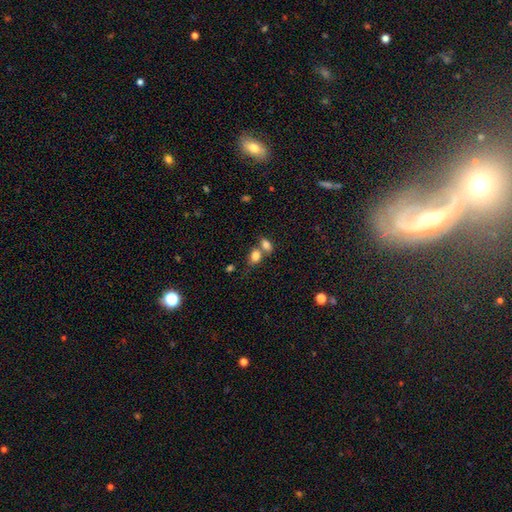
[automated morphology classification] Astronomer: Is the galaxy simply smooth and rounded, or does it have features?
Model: smooth — 81%.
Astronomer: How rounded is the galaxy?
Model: in between — 69%.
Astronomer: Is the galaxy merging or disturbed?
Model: merger — 48% (runner-up: none, 38%).